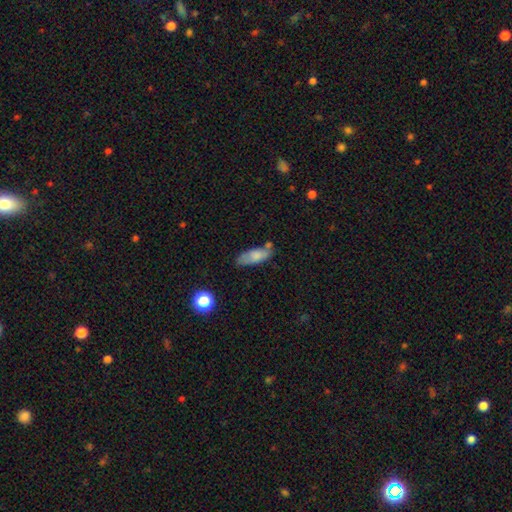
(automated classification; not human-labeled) Smooth or featured? smooth (78%)
How rounded? in between (68%)
Merging? none (58%)